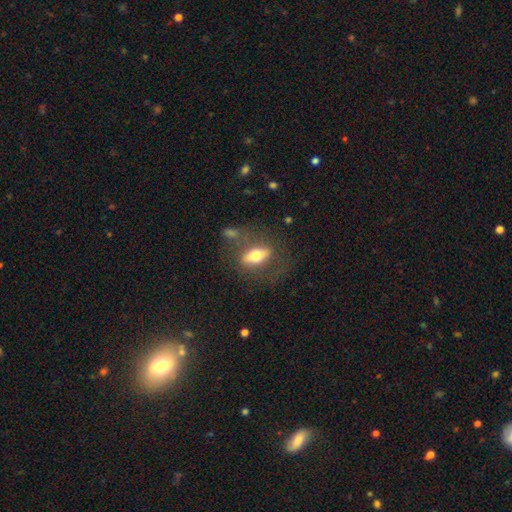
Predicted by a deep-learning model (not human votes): Morphology: type=smooth (51%); roundness=in between (70%); merging=none (64%).